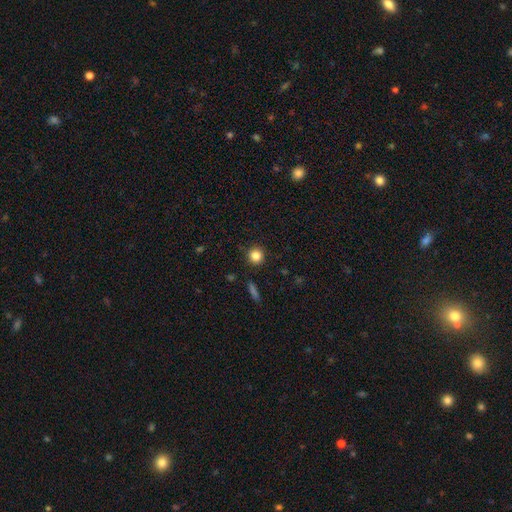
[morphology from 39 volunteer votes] smooth 87%, featured or disk 10%, star or artifact 3%. Down the decision tree: how rounded — round (91%); merging — none (79%).